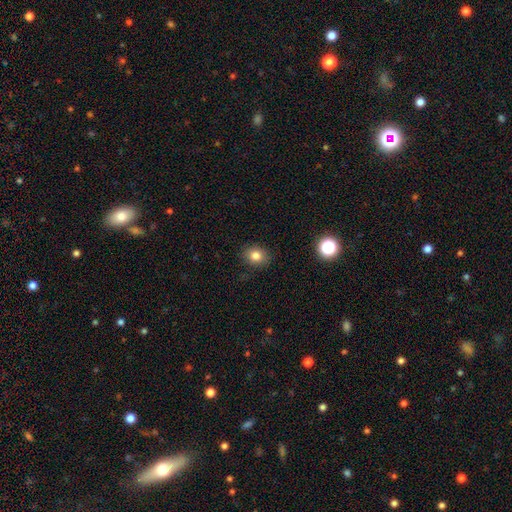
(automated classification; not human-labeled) A smooth galaxy with no disk features (81%) that is round (54%). Merging: none (87%).